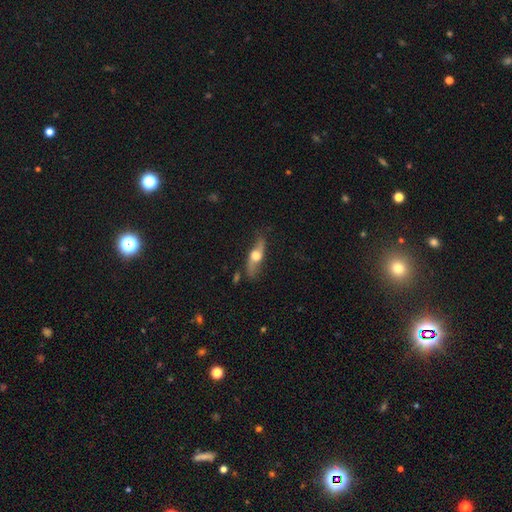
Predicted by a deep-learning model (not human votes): A featured or disk galaxy (62%) viewed edge-on (62%).

Vote fractions:
- Smooth or featured? featured or disk: 62% / smooth: 32% / star or artifact: 6%
- Edge-on disk? yes: 62% / no: 38%
- Merging? none: 72% / minor disturbance: 19% / major disturbance: 6% / merger: 3%